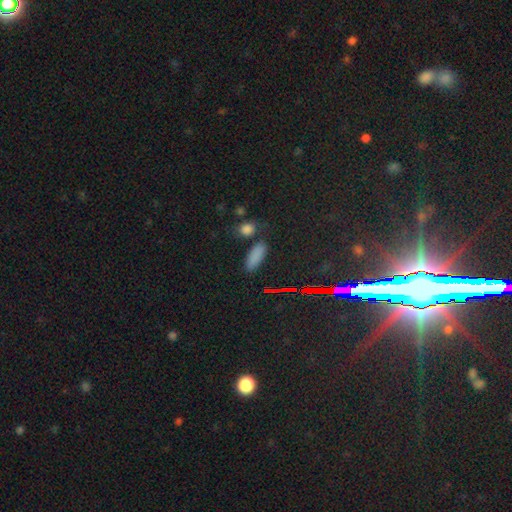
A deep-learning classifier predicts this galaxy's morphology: type=smooth (78%); roundness=in between (69%); merging=none (79%).